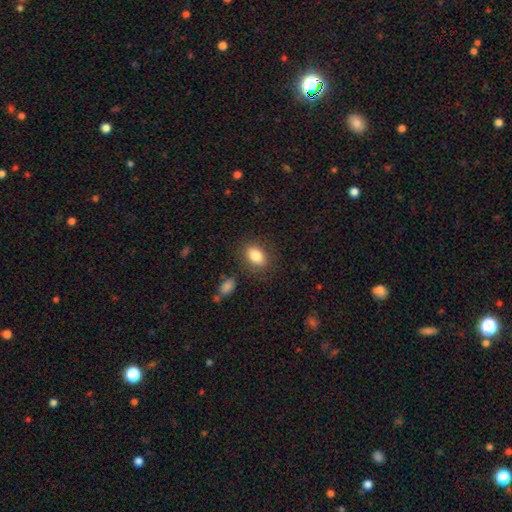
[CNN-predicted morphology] This appears to be a smooth galaxy with no disk features (85%) that is in between round and cigar-shaped (77%). Merging: none (81%).